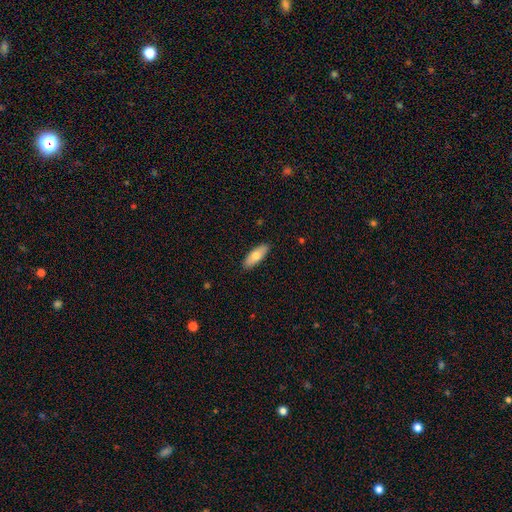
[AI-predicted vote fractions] Smooth or featured?
  - smooth: 71% *
  - featured or disk: 23%
  - star or artifact: 6%
How rounded?
  - in between: 69% *
  - cigar-shaped: 29%
  - round: 2%
Merging?
  - none: 89% *
  - minor disturbance: 8%
  - major disturbance: 2%
  - merger: 1%